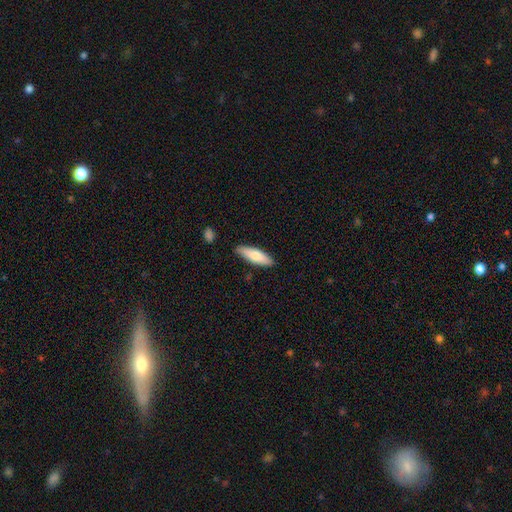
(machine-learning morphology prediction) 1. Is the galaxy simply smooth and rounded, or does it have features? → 73% smooth, 22% featured or disk, 6% star or artifact.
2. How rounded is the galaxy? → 51% cigar-shaped, 47% in between, 2% round.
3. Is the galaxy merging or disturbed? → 85% none, 11% minor disturbance, 2% major disturbance, 2% merger.